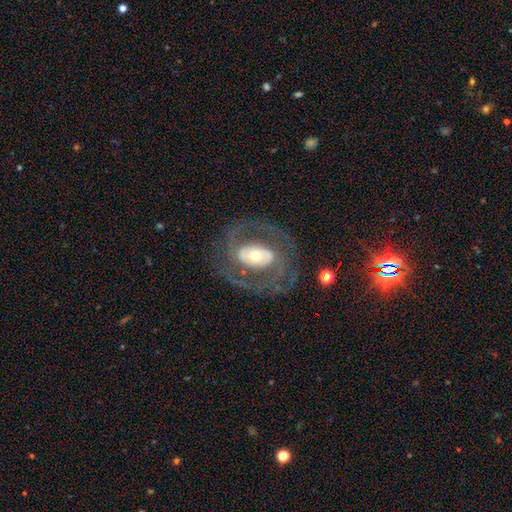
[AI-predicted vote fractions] Morphology: type=featured or disk (82%); edge-on=no (95%); bar=no (44%); spiral arms=yes (79%); winding=medium (46%); arm count=2 (78%); bulge=moderate (52%); merging=none (72%).